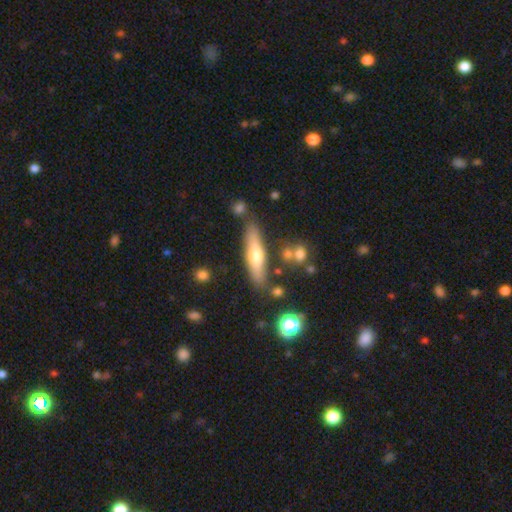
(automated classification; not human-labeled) A smooth galaxy with no disk features (48%).

Vote fractions:
- Smooth or featured? smooth: 48% / featured or disk: 46% / star or artifact: 6%
- Merging? none: 78% / minor disturbance: 13% / merger: 6% / major disturbance: 3%